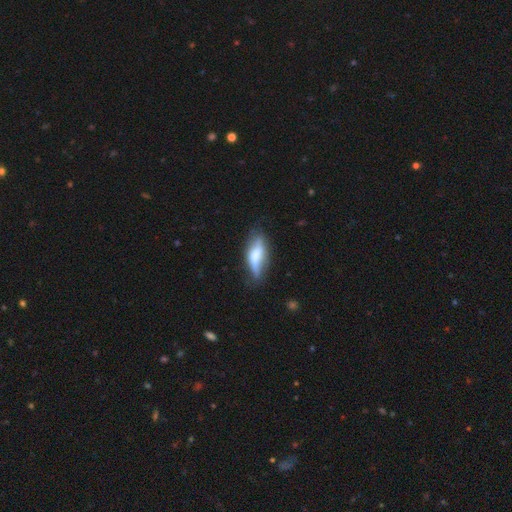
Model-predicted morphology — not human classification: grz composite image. It shows a smooth galaxy with no disk features (52%) that is in between round and cigar-shaped (57%). Merging: none (53%).